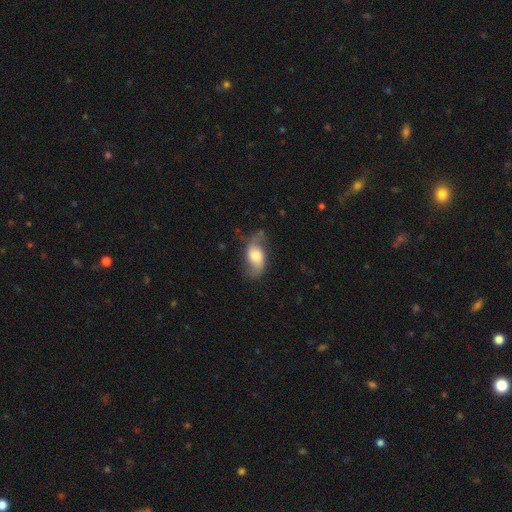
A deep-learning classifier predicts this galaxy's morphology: smooth-or-featured: featured or disk: 50% | smooth: 43% | star or artifact: 7%
  merging: none: 59% | minor disturbance: 26% | major disturbance: 12% | merger: 2%